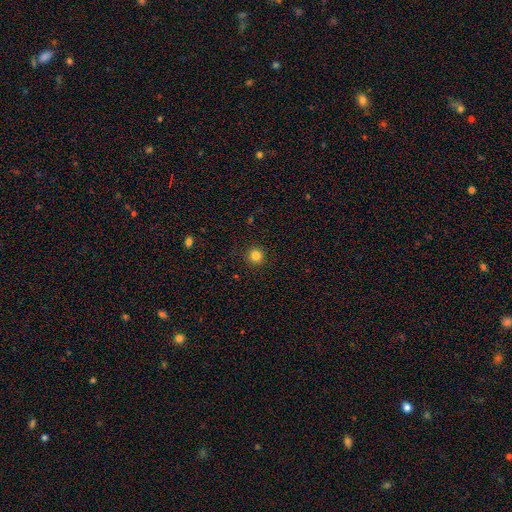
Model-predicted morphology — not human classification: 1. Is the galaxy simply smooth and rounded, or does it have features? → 84% smooth, 12% star or artifact, 4% featured or disk.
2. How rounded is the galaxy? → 95% round, 4% in between, 1% cigar-shaped.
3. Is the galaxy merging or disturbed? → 92% none, 5% minor disturbance, 2% major disturbance, 1% merger.